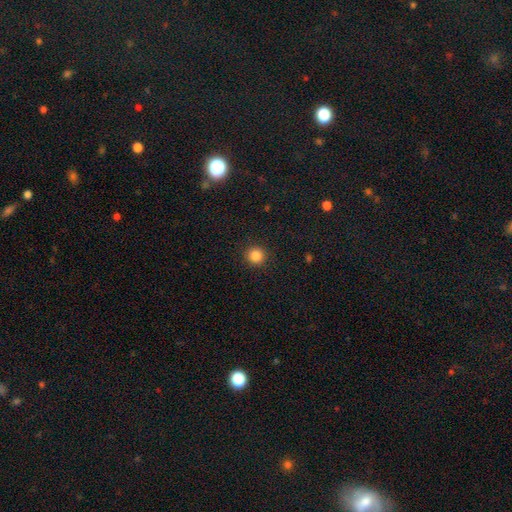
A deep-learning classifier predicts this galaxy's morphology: This is clearly a smooth galaxy (85%). How rounded: clearly round (94%). Merging: clearly none (92%).